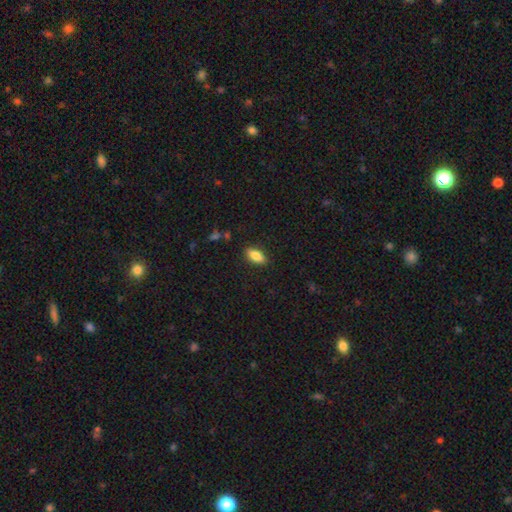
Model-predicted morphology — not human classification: The model was most divided on "smooth or featured": smooth: 81%, featured or disk: 12%, star or artifact: 7%. More confident: merging — none (87%); how rounded — in between (84%).